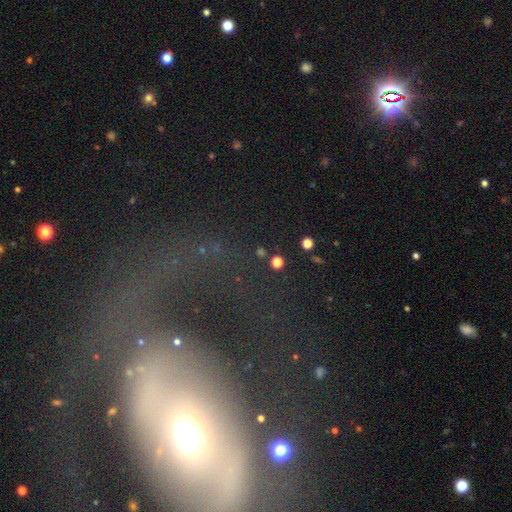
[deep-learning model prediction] This appears to be a featured or disk galaxy (43%). Merging: none (39%).